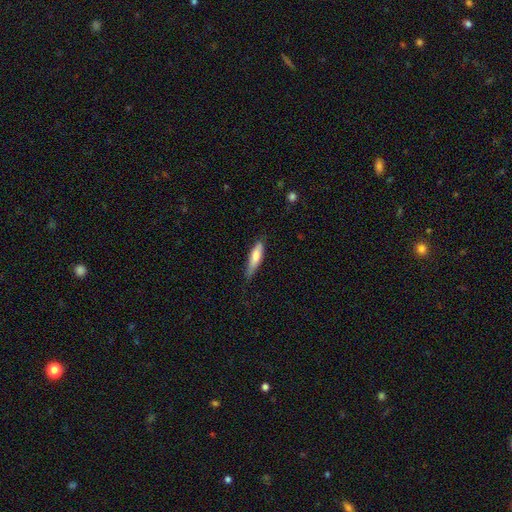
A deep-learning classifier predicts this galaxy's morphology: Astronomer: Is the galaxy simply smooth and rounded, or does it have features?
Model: smooth — 71%.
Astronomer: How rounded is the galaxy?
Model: cigar-shaped — 73%.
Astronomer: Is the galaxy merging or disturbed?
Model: none — 70%.